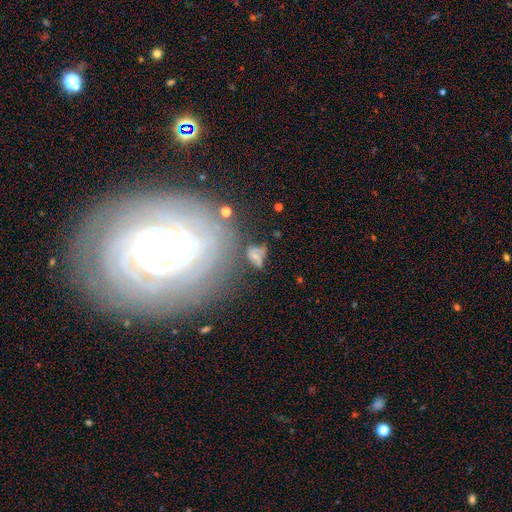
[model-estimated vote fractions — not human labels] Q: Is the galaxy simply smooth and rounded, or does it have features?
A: featured or disk — 45%.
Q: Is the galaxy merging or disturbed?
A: none — 42%.